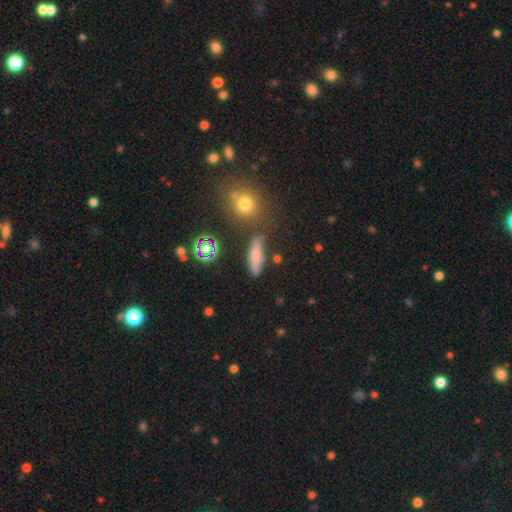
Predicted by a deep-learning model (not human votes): This appears to be a smooth galaxy with no disk features (63%) that is cigar-shaped (54%). Merging: none (74%).